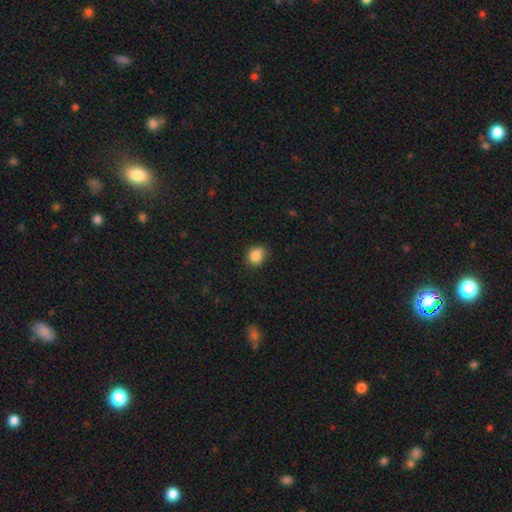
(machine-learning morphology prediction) type=smooth (87%); roundness=round (67%); merging=none (82%).